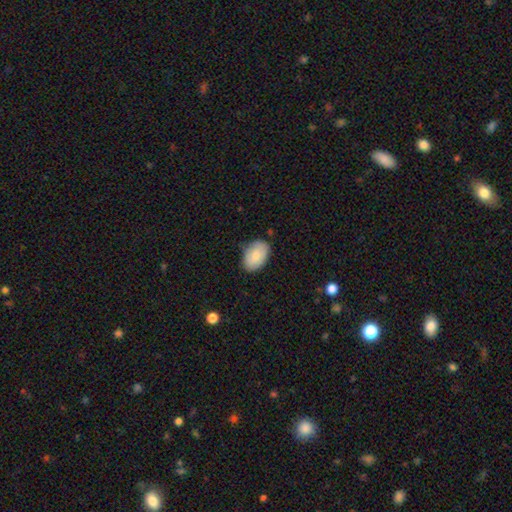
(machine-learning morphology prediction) Smooth or featured? Predicted: smooth (p=0.81). How rounded? Predicted: in between (p=0.89). Merging? Predicted: none (p=0.80).